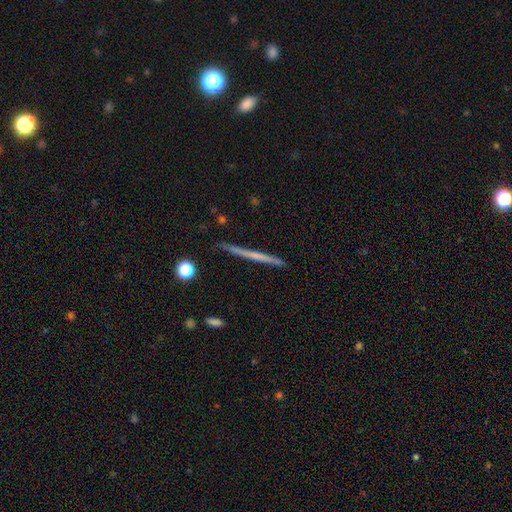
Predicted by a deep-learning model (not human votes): featured or disk 56%, smooth 37%, star or artifact 7%. Down the decision tree: edge-on disk — yes (97%); edge-on bulge — none (80%); merging — none (89%).